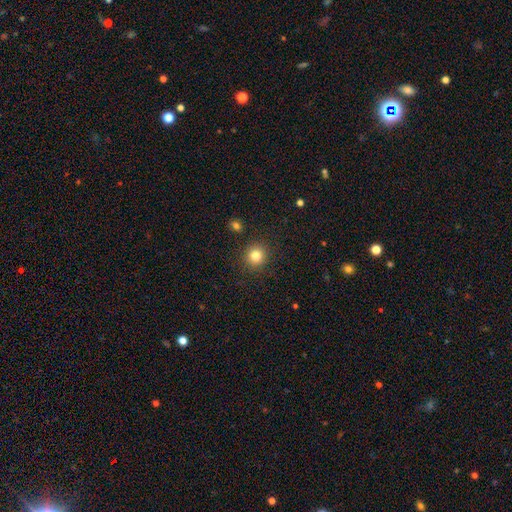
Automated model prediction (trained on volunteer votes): smooth 82%, star or artifact 12%, featured or disk 6%. Down the decision tree: how rounded — round (91%); merging — none (89%).